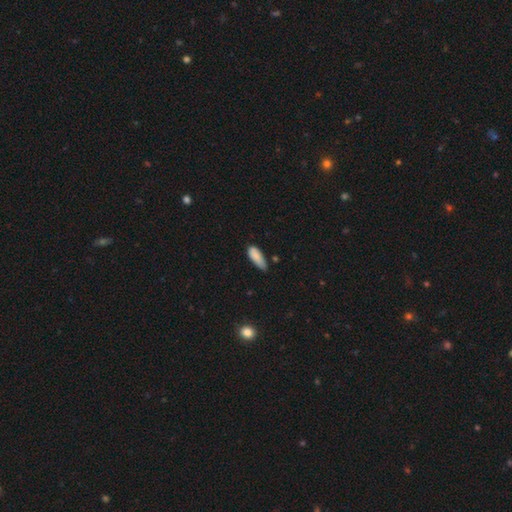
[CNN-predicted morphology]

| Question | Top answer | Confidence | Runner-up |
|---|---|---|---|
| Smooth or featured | smooth | 85% | featured or disk (8%) |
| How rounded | in between | 71% | cigar-shaped (27%) |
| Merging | none | 54% | minor disturbance (36%) |